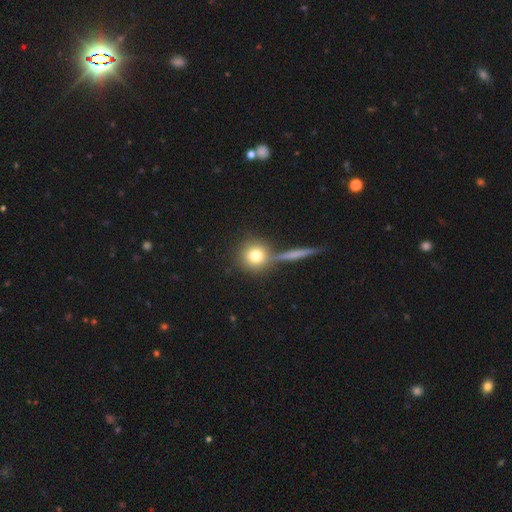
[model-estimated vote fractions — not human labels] smooth-or-featured: smooth: 74% | featured or disk: 13% | star or artifact: 12%
  how-rounded: round: 93% | in between: 6% | cigar-shaped: 2%
  merging: none: 71% | merger: 15% | minor disturbance: 10% | major disturbance: 4%